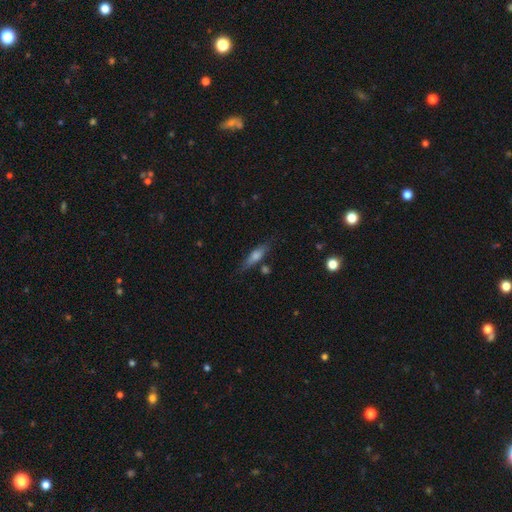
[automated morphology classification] The model was most divided on "smooth or featured": smooth: 59%, featured or disk: 33%, star or artifact: 8%. More confident: merging — none (75%); how rounded — cigar-shaped (65%).